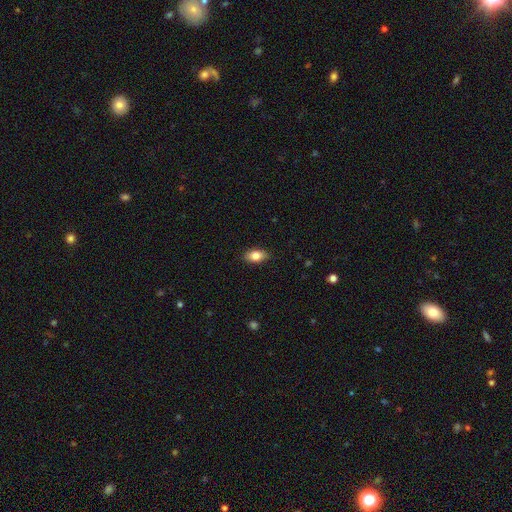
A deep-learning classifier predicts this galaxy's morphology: Smooth or featured? Predicted: smooth (p=0.83). How rounded? Predicted: in between (p=0.89). Merging? Predicted: none (p=0.87).